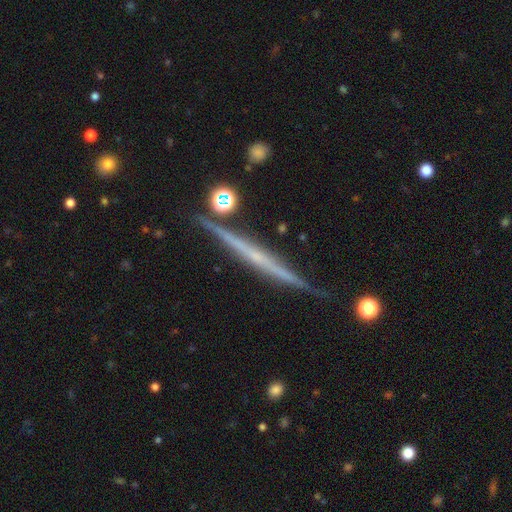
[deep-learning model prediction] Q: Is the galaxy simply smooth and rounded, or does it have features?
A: featured or disk — 75%.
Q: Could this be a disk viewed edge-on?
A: yes — 98%.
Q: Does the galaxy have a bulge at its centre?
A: none — 70%.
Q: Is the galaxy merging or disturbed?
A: none — 87%.